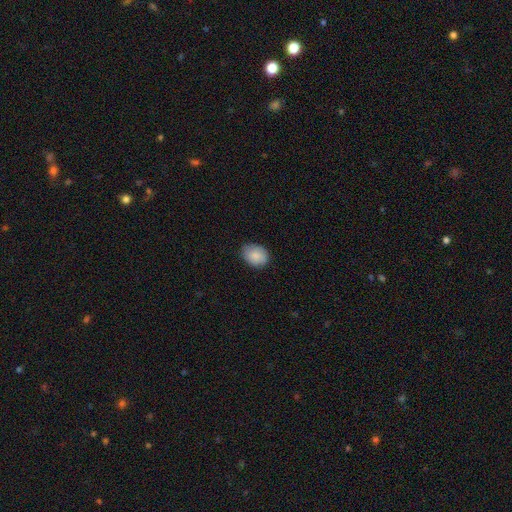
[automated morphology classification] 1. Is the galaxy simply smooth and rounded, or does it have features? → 87% smooth, 7% star or artifact, 6% featured or disk.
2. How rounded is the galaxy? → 64% in between, 35% round, 1% cigar-shaped.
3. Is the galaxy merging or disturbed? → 81% none, 15% minor disturbance, 3% major disturbance, 1% merger.